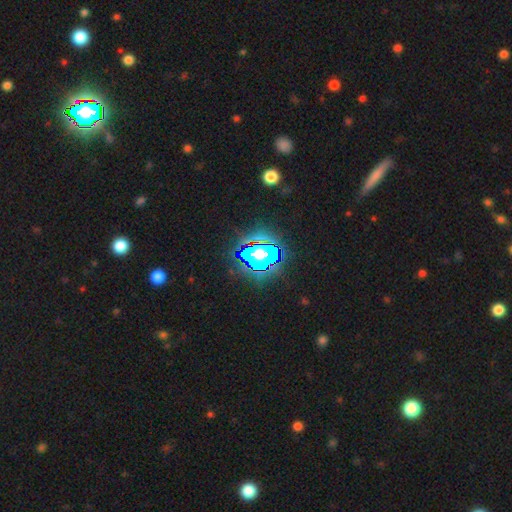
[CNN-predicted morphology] Q: Smooth or featured?
A: star or artifact (76%); runner-up: smooth (15%)